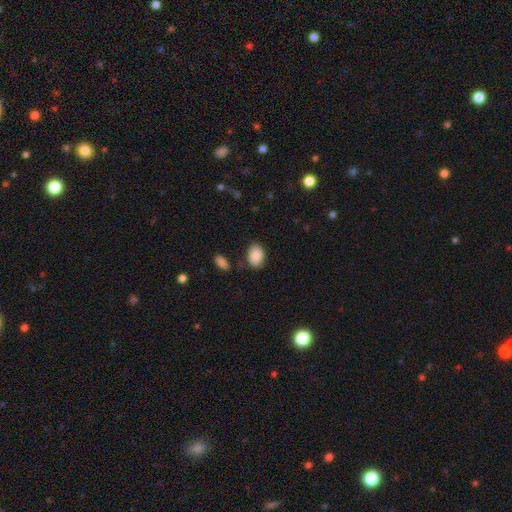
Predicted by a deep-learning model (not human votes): A smooth galaxy with no disk features (89%) that is in between round and cigar-shaped (81%).

Vote fractions:
- Smooth or featured? smooth: 89% / star or artifact: 7% / featured or disk: 4%
- How rounded? in between: 81% / round: 18% / cigar-shaped: 1%
- Merging? none: 76% / minor disturbance: 16% / major disturbance: 4% / merger: 4%